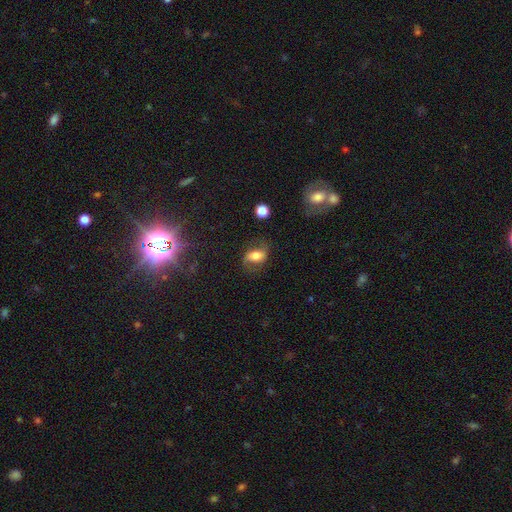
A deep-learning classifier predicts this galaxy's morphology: Smooth or featured? Predicted: smooth (p=0.50). Merging? Predicted: none (p=0.65).